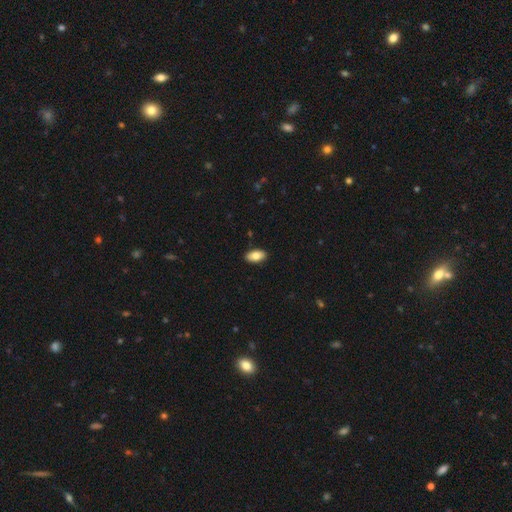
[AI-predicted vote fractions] smooth 82%, featured or disk 11%, star or artifact 7%. Down the decision tree: how rounded — in between (94%); merging — none (90%).